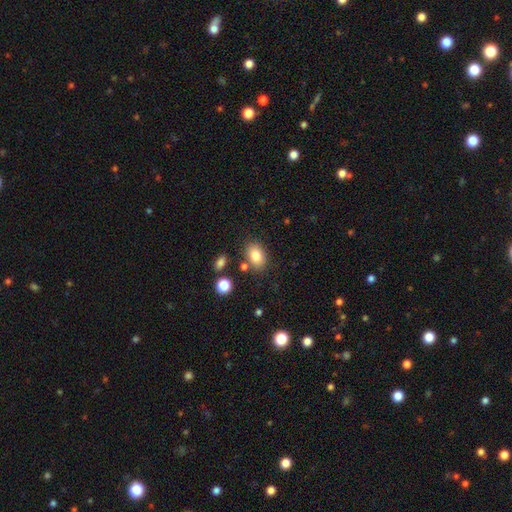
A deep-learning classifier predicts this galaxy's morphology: Smooth or featured? Predicted: smooth (p=0.81). How rounded? Predicted: in between (p=0.78). Merging? Predicted: none (p=0.77).